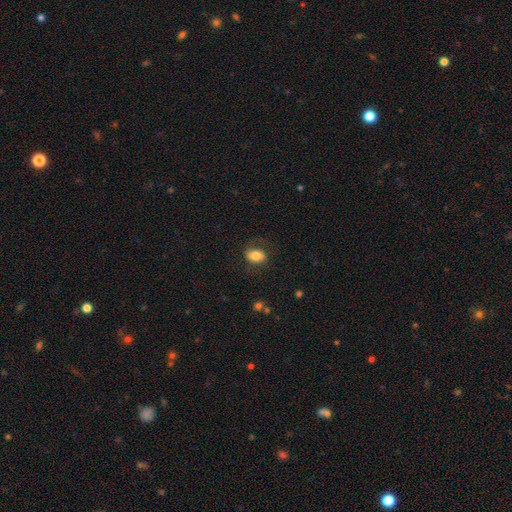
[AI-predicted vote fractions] smooth 75%, featured or disk 17%, star or artifact 8%. Down the decision tree: how rounded — in between (81%); merging — none (70%).